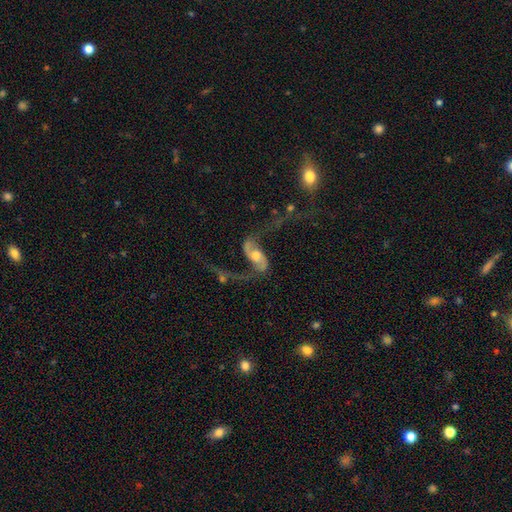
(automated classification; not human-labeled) smooth_or_featured: featured or disk (p=0.84) [alt: smooth p=0.09]
disk_edge_on: no (p=0.94) [alt: yes p=0.06]
bar: no (p=0.50) [alt: weak p=0.34]
has_spiral_arms: yes (p=0.92) [alt: no p=0.08]
spiral_winding: loose (p=0.86) [alt: medium p=0.11]
spiral_arm_count: 2 (p=0.93) [alt: 1 p=0.02]
bulge_size: moderate (p=0.63) [alt: small p=0.22]
merging: none (p=0.40) [alt: major disturbance p=0.31]